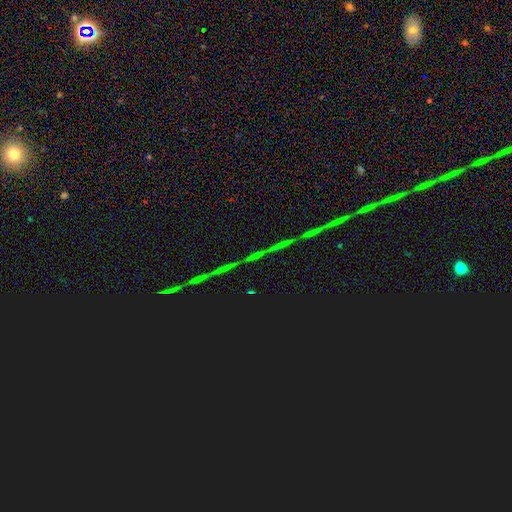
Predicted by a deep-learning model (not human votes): A star or artifact, not a galaxy (87%).